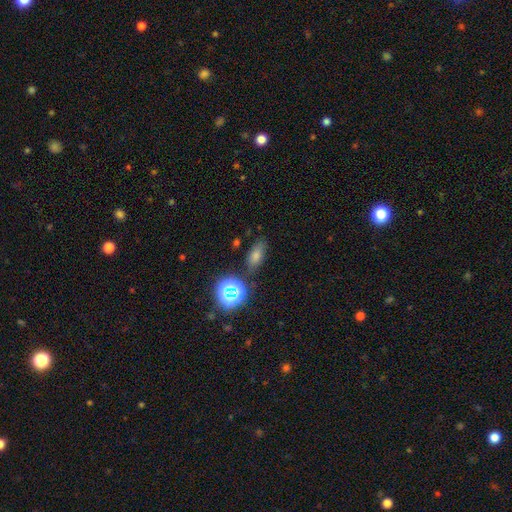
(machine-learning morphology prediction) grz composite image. It shows a smooth galaxy with no disk features (56%) that is in between round and cigar-shaped (73%). Merging: none (82%).